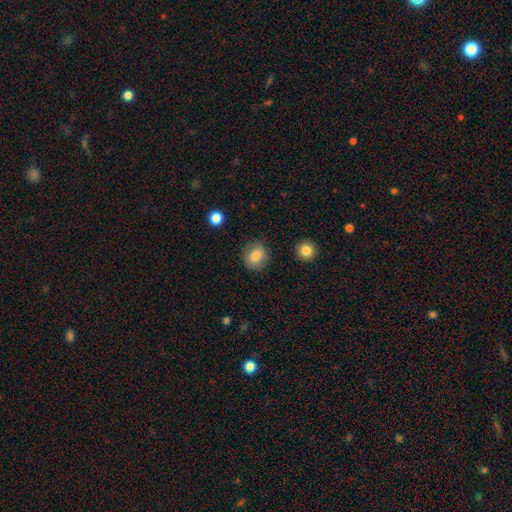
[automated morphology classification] A smooth galaxy with no disk features (82%) that is round (64%). Merging: none (81%).